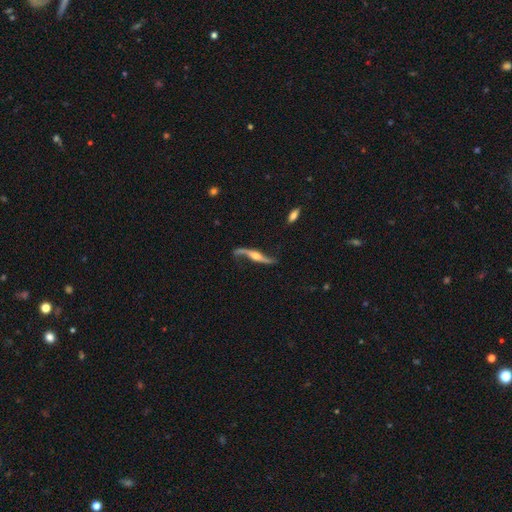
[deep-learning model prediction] Smooth or featured?
  - featured or disk: 87% *
  - smooth: 8%
  - star or artifact: 5%
Edge-on disk?
  - no: 54% *
  - yes: 46%
Merging?
  - none: 68% *
  - minor disturbance: 19%
  - major disturbance: 9%
  - merger: 3%